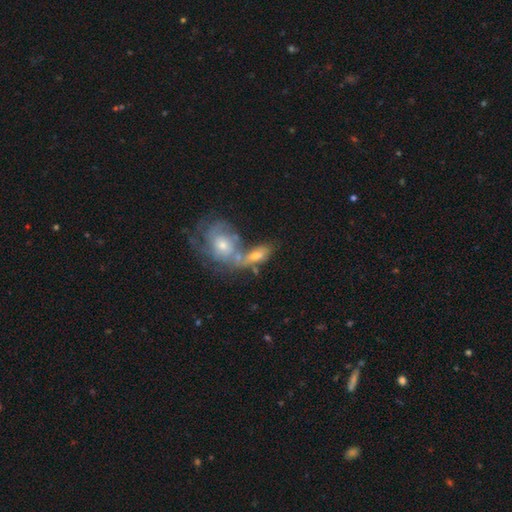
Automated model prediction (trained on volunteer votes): Q: Smooth or featured?
A: smooth (52%); runner-up: featured or disk (38%)
Q: How rounded?
A: in between (82%); runner-up: round (9%)
Q: Merging?
A: merger (53%); runner-up: none (25%)